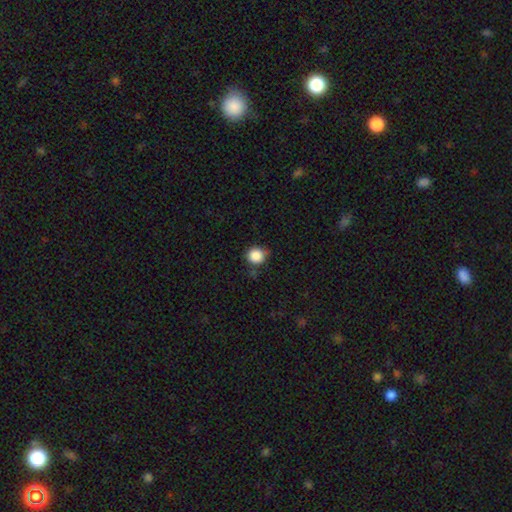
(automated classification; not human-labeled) Smooth or featured? smooth (87%)
How rounded? round (91%)
Merging? none (77%)